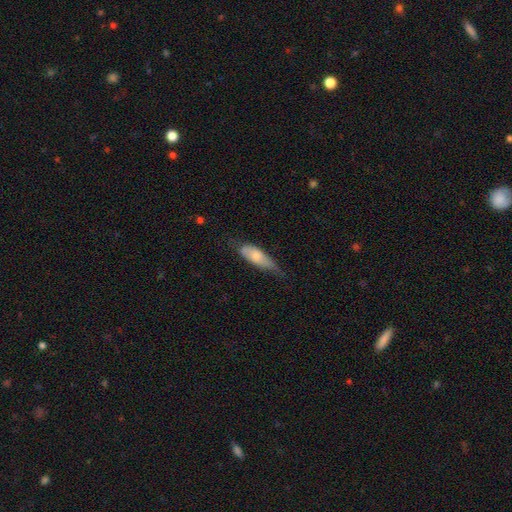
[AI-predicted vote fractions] Smooth or featured: smooth — 71% (featured or disk — 23%)
How rounded: in between — 64% (cigar-shaped — 35%)
Merging: none — 43% (minor disturbance — 42%)